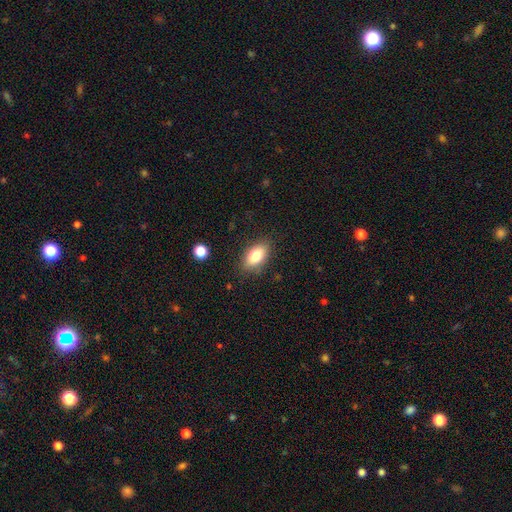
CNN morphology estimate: Q: Smooth or featured?
A: smooth (79%); runner-up: featured or disk (13%)
Q: How rounded?
A: in between (88%); runner-up: round (6%)
Q: Merging?
A: none (84%); runner-up: minor disturbance (11%)